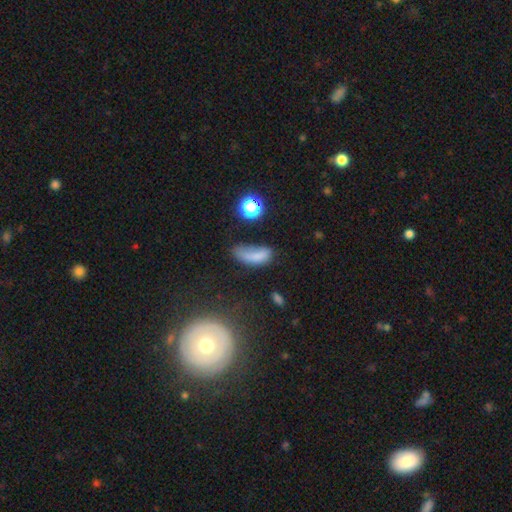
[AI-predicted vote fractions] Smooth or featured?
  - smooth: 70% *
  - featured or disk: 15%
  - star or artifact: 15%
How rounded?
  - in between: 73% *
  - cigar-shaped: 21%
  - round: 5%
Merging?
  - none: 33% *
  - minor disturbance: 30%
  - major disturbance: 29%
  - merger: 8%